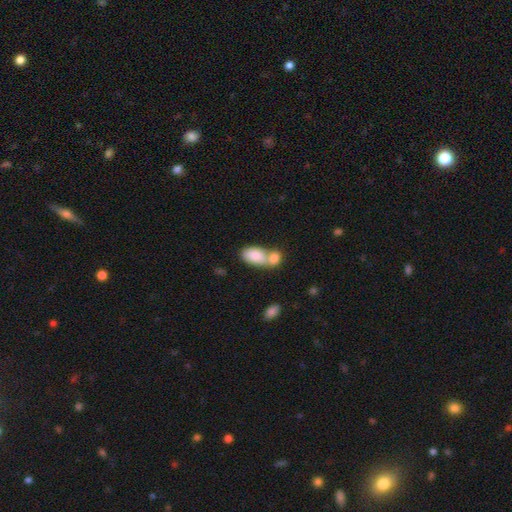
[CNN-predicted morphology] Smooth or featured? smooth (83%)
How rounded? in between (92%)
Merging? merger (63%)